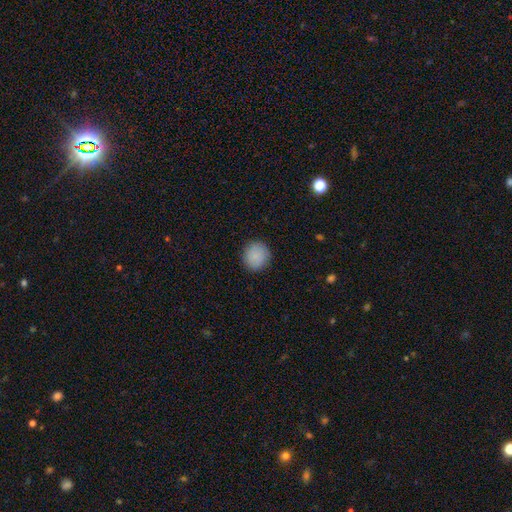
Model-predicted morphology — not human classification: Smooth or featured: smooth — 87% (star or artifact — 8%)
How rounded: round — 90% (in between — 9%)
Merging: none — 88% (minor disturbance — 8%)